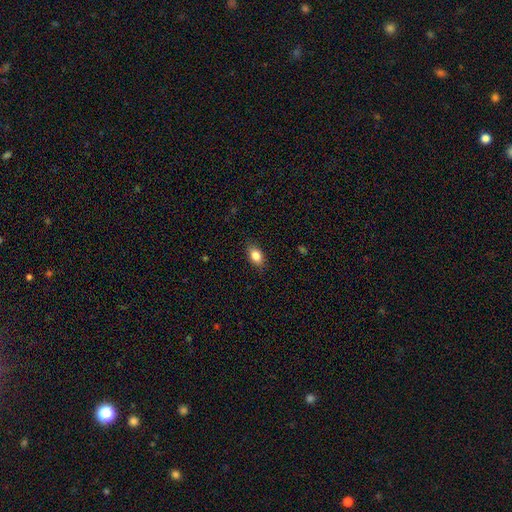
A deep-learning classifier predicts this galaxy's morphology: Q: Smooth or featured?
A: smooth (83%); runner-up: featured or disk (9%)
Q: How rounded?
A: in between (86%); runner-up: round (10%)
Q: Merging?
A: none (86%); runner-up: minor disturbance (11%)